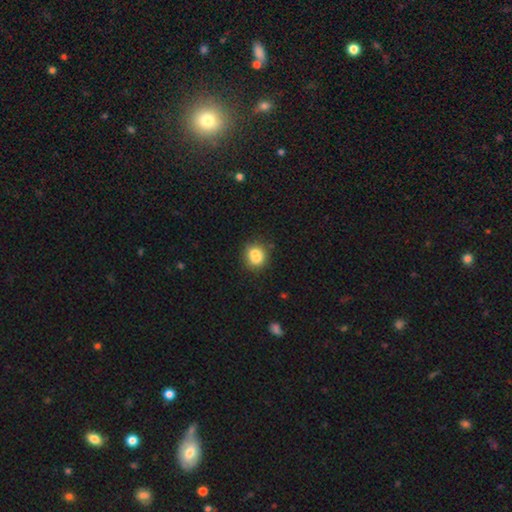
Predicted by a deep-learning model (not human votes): Smooth or featured: smooth — 81% (star or artifact — 10%)
How rounded: round — 69% (in between — 30%)
Merging: none — 65% (merger — 15%)